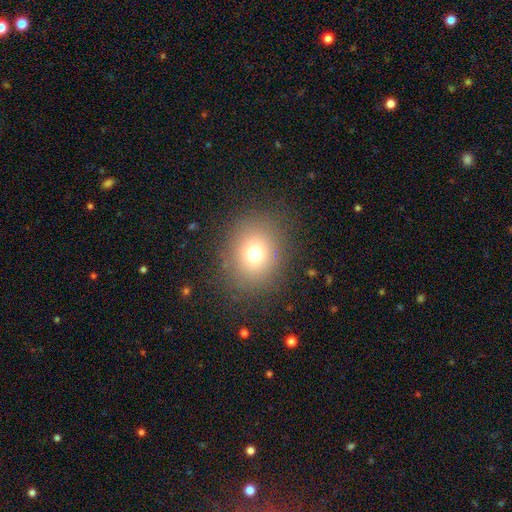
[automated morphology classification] Q: Smooth or featured?
A: smooth (72%); runner-up: star or artifact (16%)
Q: How rounded?
A: round (69%); runner-up: in between (30%)
Q: Merging?
A: none (85%); runner-up: minor disturbance (9%)